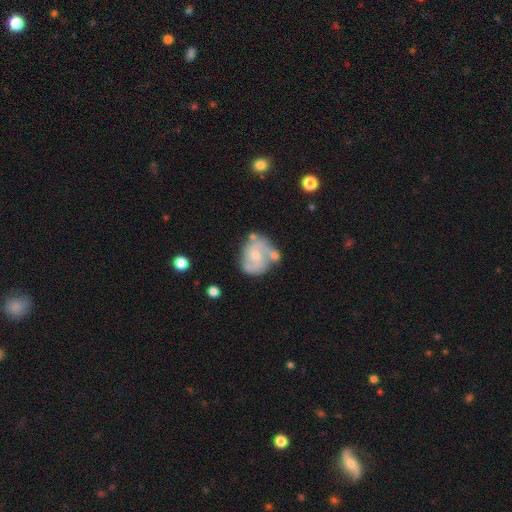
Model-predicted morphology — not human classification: The model was most divided on "spiral winding": medium: 46%, tight: 32%, loose: 22%. Remaining: edge-on disk — no (98%); spiral arms — yes (84%); smooth or featured — featured or disk (71%); bar — no (64%); spiral arm count — 2 (58%); bulge size — small (56%); merging — none (46%).